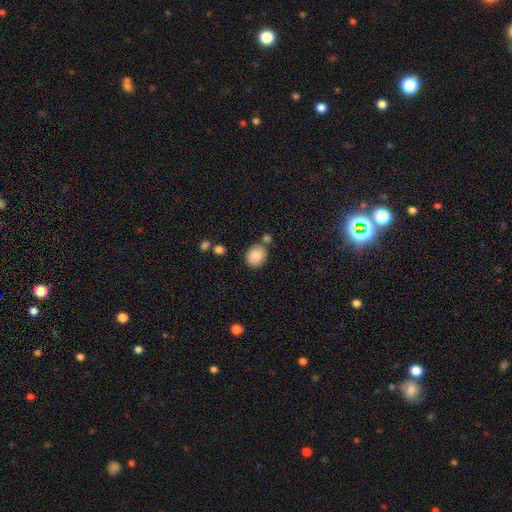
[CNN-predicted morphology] Smooth or featured: smooth — 87% (star or artifact — 8%)
How rounded: round — 61% (in between — 38%)
Merging: none — 67% (minor disturbance — 15%)